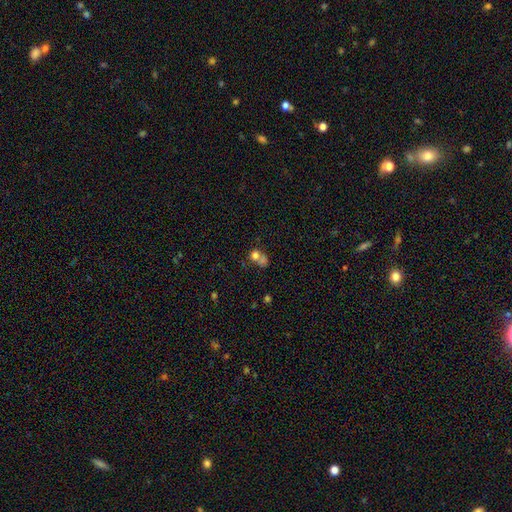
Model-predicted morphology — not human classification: This is likely a smooth galaxy (71%). How rounded: likely round (70%). Merging: possibly merger (52%).